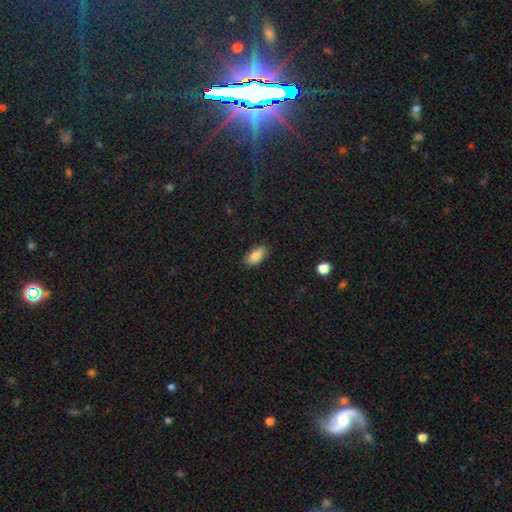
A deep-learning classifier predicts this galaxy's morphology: A smooth galaxy with no disk features (85%) that is in between round and cigar-shaped (92%). Merging: none (84%).